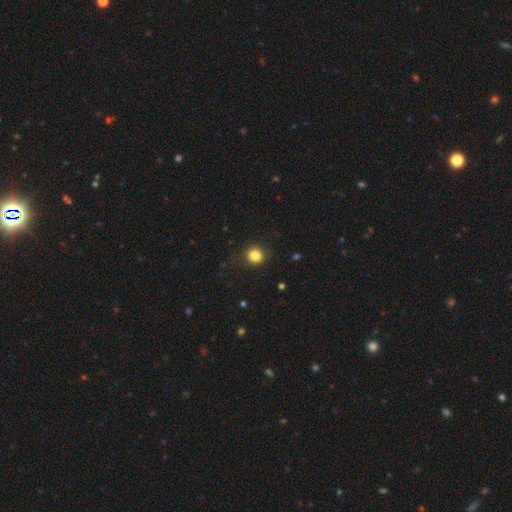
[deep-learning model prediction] This is clearly a smooth galaxy (84%). How rounded: likely round (78%). Merging: clearly none (86%).